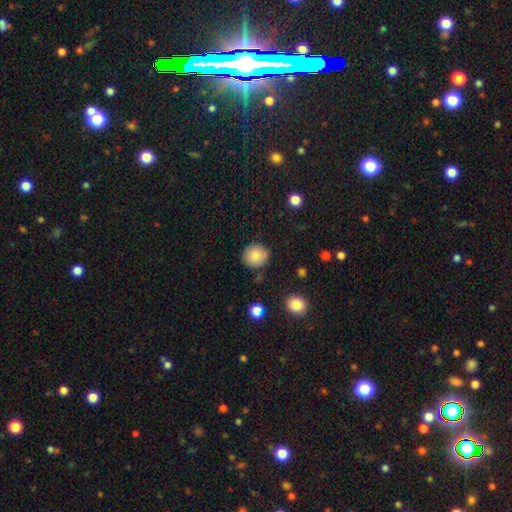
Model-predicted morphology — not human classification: Q: Smooth or featured?
A: smooth (85%); runner-up: star or artifact (9%)
Q: How rounded?
A: round (87%); runner-up: in between (13%)
Q: Merging?
A: none (85%); runner-up: minor disturbance (10%)